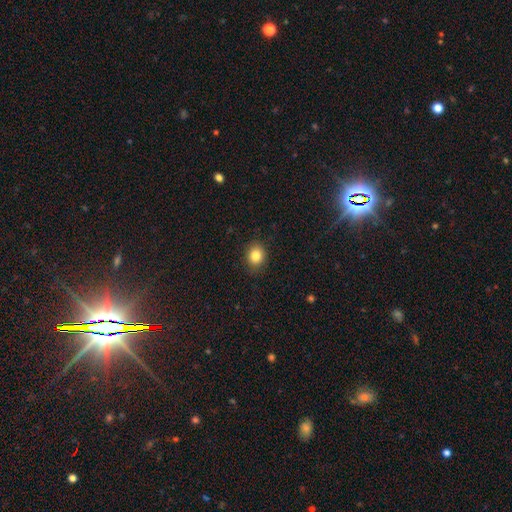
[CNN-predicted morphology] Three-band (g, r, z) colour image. It shows a smooth galaxy with no disk features (84%) that is round (63%). Merging: none (87%).